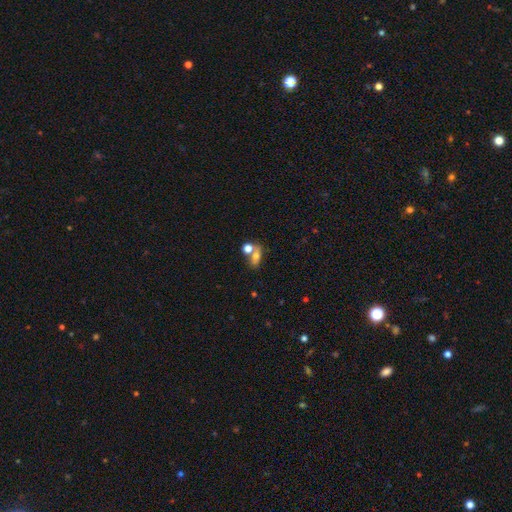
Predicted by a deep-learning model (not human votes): A smooth galaxy with no disk features (66%) that is in between round and cigar-shaped (65%).

Vote fractions:
- Smooth or featured? smooth: 66% / featured or disk: 21% / star or artifact: 13%
- How rounded? in between: 65% / round: 30% / cigar-shaped: 5%
- Merging? merger: 48% / none: 35% / minor disturbance: 11% / major disturbance: 7%